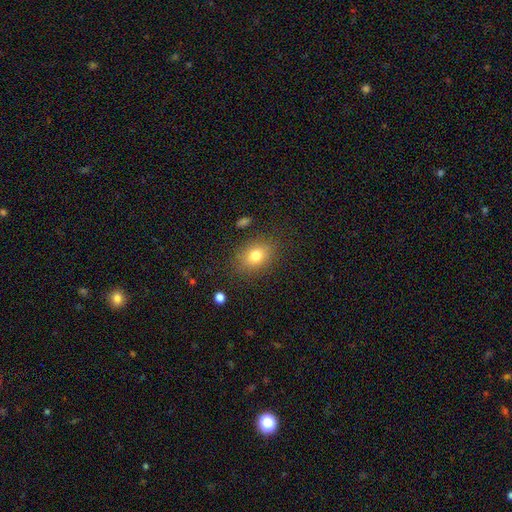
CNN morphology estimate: Smooth or featured: smooth — 78% (star or artifact — 11%)
How rounded: in between — 62% (round — 36%)
Merging: none — 83% (minor disturbance — 12%)